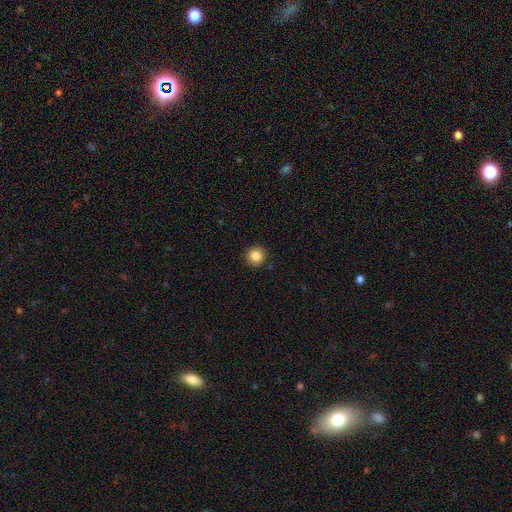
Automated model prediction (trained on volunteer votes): A smooth galaxy with no disk features (84%) that is round (95%).

Vote fractions:
- Smooth or featured? smooth: 84% / star or artifact: 10% / featured or disk: 6%
- How rounded? round: 95% / in between: 4% / cigar-shaped: 1%
- Merging? none: 92% / minor disturbance: 5% / major disturbance: 2% / merger: 1%